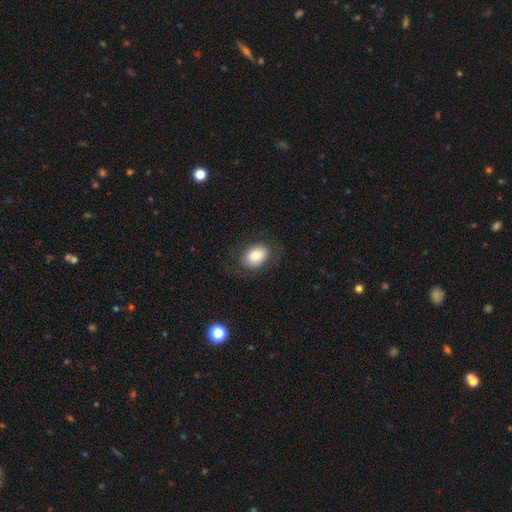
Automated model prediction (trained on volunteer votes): smooth-or-featured: smooth: 82% | featured or disk: 11% | star or artifact: 8%
  how-rounded: in between: 73% | round: 26% | cigar-shaped: 1%
  merging: none: 80% | minor disturbance: 13% | major disturbance: 6% | merger: 1%